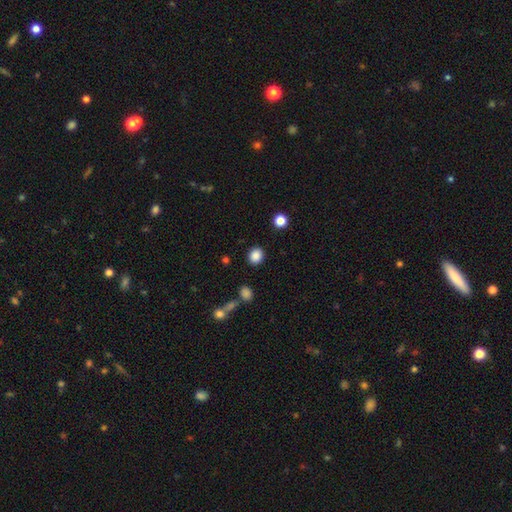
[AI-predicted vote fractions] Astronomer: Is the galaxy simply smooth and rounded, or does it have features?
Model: smooth — 86%.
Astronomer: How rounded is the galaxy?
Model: round — 71%.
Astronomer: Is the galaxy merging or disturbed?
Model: none — 88%.